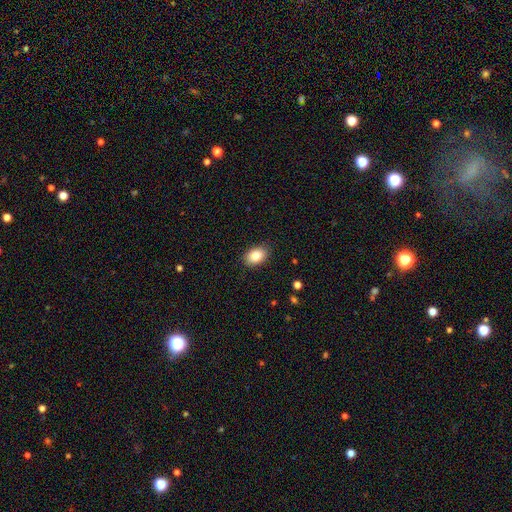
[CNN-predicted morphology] Smooth or featured? smooth (84%)
How rounded? in between (81%)
Merging? none (87%)